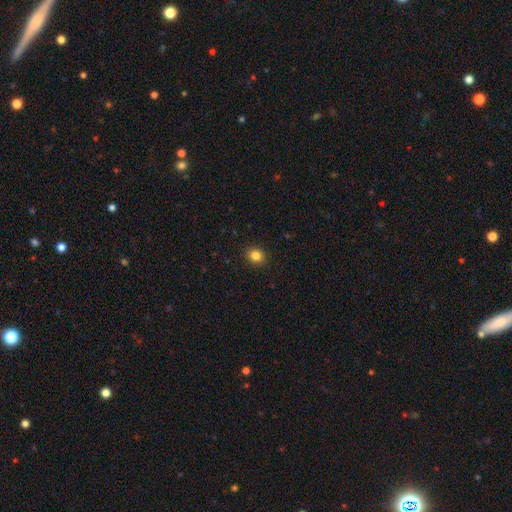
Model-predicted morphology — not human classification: A smooth galaxy with no disk features (84%) that is round (73%).

Vote fractions:
- Smooth or featured? smooth: 84% / star or artifact: 11% / featured or disk: 5%
- How rounded? round: 73% / in between: 26% / cigar-shaped: 1%
- Merging? none: 91% / minor disturbance: 6% / major disturbance: 2% / merger: 1%